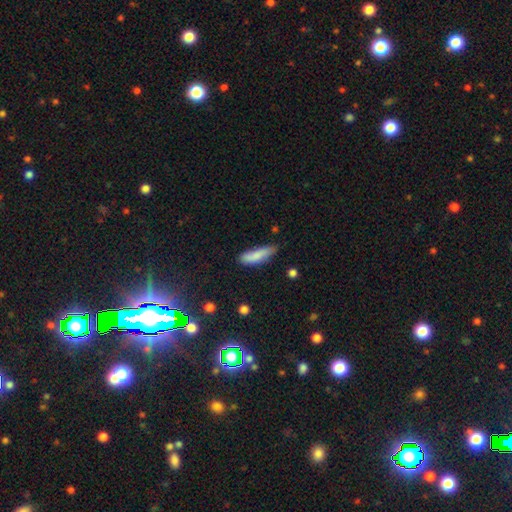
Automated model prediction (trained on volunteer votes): Morphology: type=smooth (82%); roundness=cigar-shaped (56%); merging=none (58%).